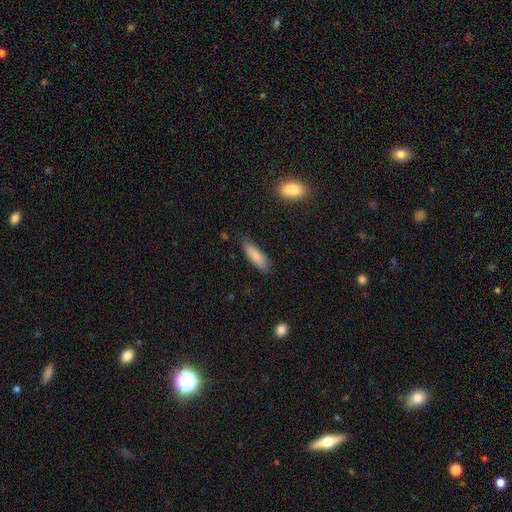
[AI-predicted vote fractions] Overall: smooth (81%). How rounded: in between (53%; cigar-shaped 45%). Merging: none (79%).